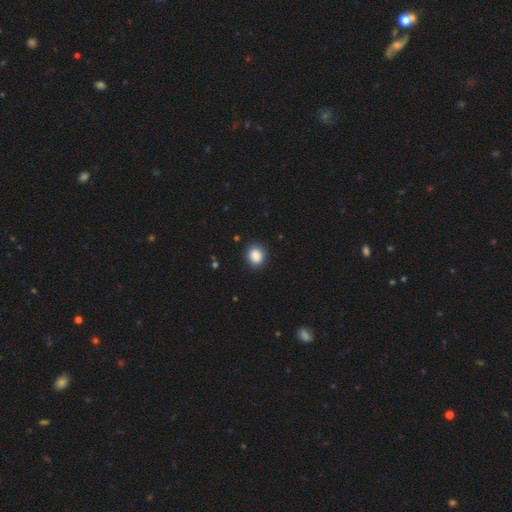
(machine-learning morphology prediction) Smooth or featured: smooth — 88% (star or artifact — 9%)
How rounded: round — 67% (in between — 32%)
Merging: none — 88% (minor disturbance — 9%)